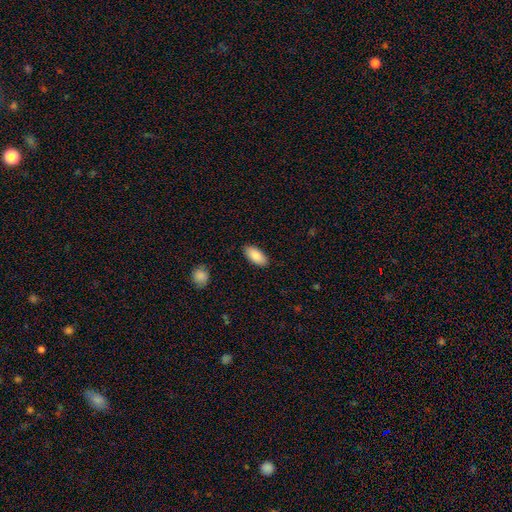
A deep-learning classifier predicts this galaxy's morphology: Smooth or featured: smooth — 86% (featured or disk — 8%)
How rounded: in between — 92% (cigar-shaped — 6%)
Merging: none — 88% (minor disturbance — 9%)